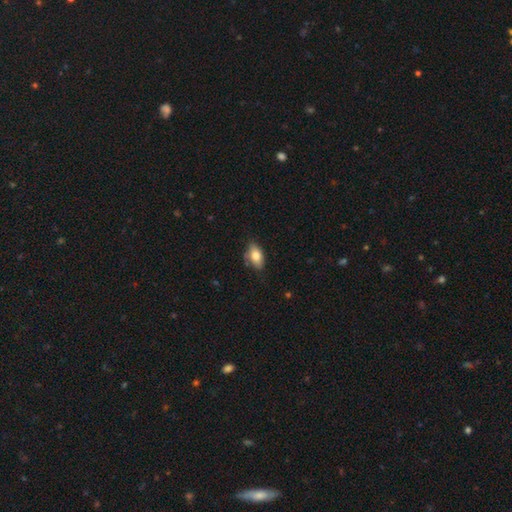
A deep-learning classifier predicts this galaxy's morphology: Smooth or featured?
  - smooth: 77% *
  - featured or disk: 15%
  - star or artifact: 7%
How rounded?
  - in between: 90% *
  - round: 5%
  - cigar-shaped: 4%
Merging?
  - none: 71% *
  - minor disturbance: 23%
  - major disturbance: 4%
  - merger: 3%